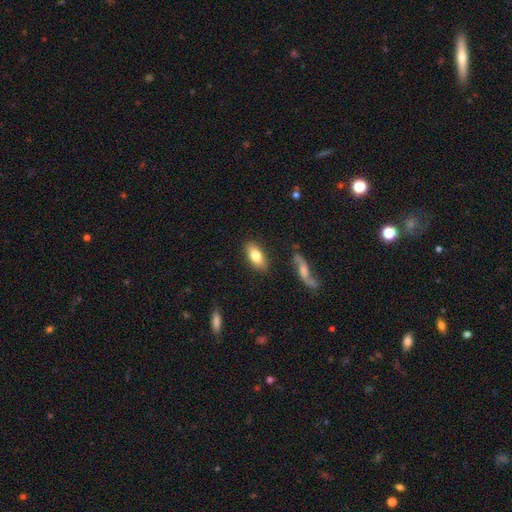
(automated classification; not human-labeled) smooth 77%, featured or disk 16%, star or artifact 7%. Down the decision tree: how rounded — in between (85%); merging — none (84%).